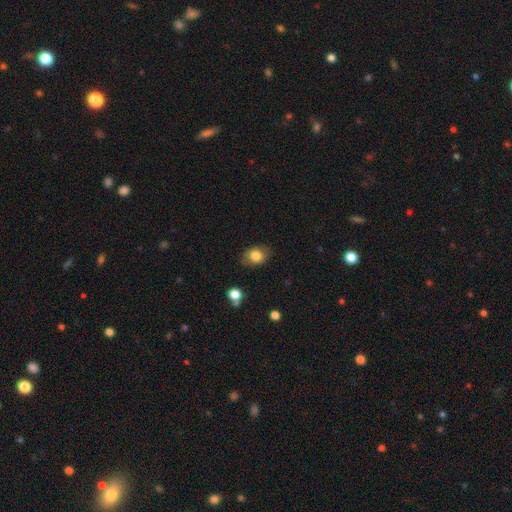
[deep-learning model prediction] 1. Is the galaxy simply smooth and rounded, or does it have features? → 80% smooth, 11% featured or disk, 9% star or artifact.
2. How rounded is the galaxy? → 70% in between, 29% round, 1% cigar-shaped.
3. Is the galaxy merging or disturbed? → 81% none, 14% minor disturbance, 3% major disturbance, 1% merger.